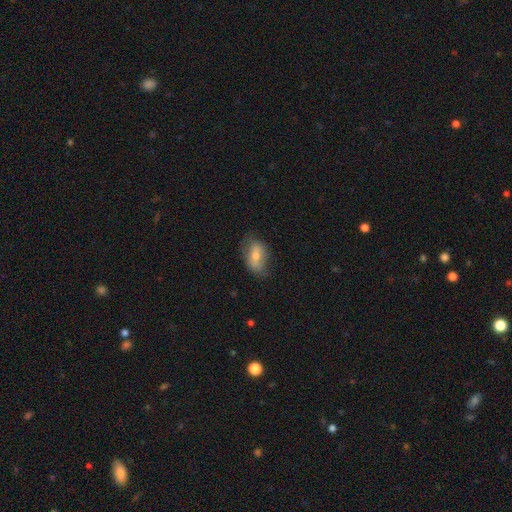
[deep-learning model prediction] A smooth galaxy with no disk features (64%) that is in between round and cigar-shaped (87%).

Vote fractions:
- Smooth or featured? smooth: 64% / featured or disk: 29% / star or artifact: 7%
- How rounded? in between: 87% / round: 10% / cigar-shaped: 3%
- Merging? none: 67% / minor disturbance: 24% / major disturbance: 8% / merger: 1%